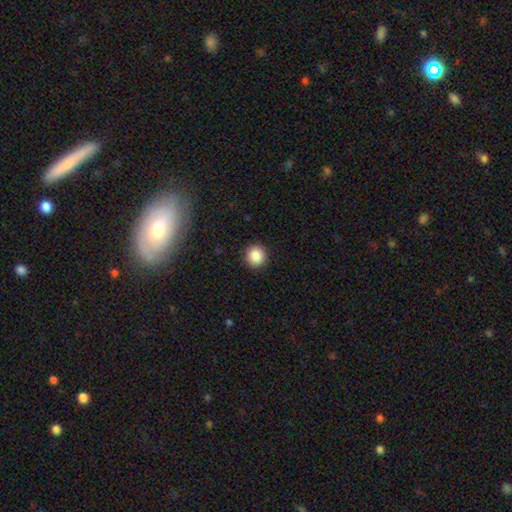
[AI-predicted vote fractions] A smooth galaxy with no disk features (87%) that is round (94%).

Vote fractions:
- Smooth or featured? smooth: 87% / star or artifact: 9% / featured or disk: 4%
- How rounded? round: 94% / in between: 5% / cigar-shaped: 1%
- Merging? none: 92% / minor disturbance: 5% / major disturbance: 2% / merger: 1%